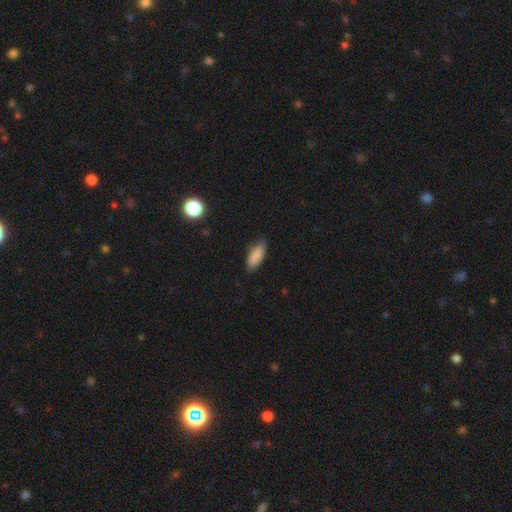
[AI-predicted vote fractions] smooth 87%, star or artifact 7%, featured or disk 6%. Down the decision tree: how rounded — in between (72%); merging — none (80%).